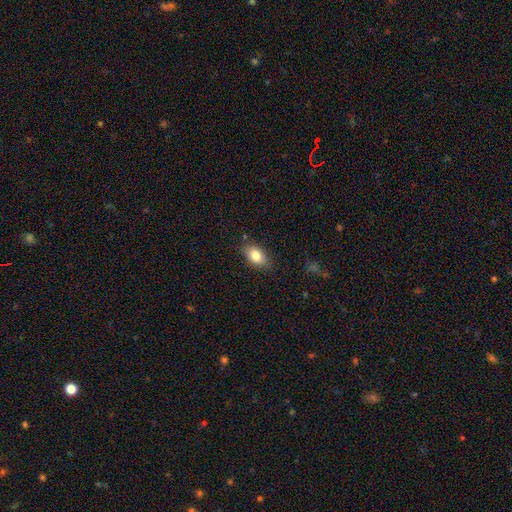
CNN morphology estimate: smooth_or_featured: smooth (p=0.82) [alt: featured or disk p=0.10]
how_rounded: in between (p=0.87) [alt: round p=0.10]
merging: none (p=0.82) [alt: minor disturbance p=0.14]